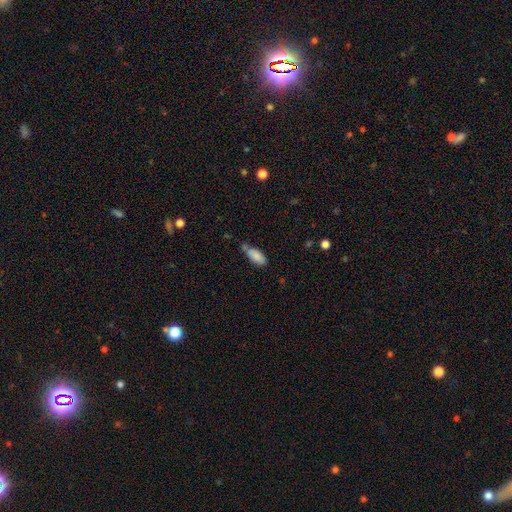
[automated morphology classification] Smooth or featured? Predicted: smooth (p=0.84). How rounded? Predicted: in between (p=0.86). Merging? Predicted: none (p=0.49).